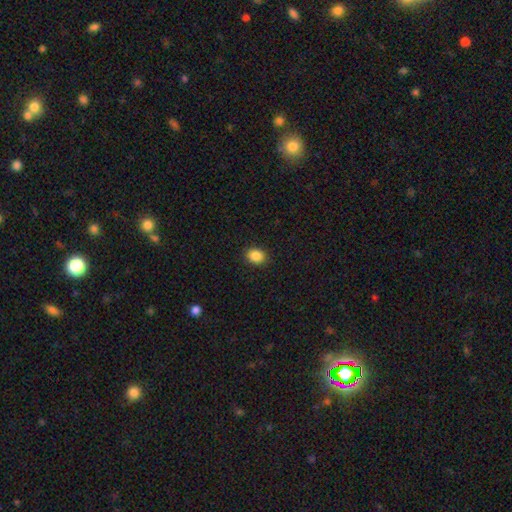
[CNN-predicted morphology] smooth 87%, star or artifact 9%, featured or disk 4%. Down the decision tree: how rounded — in between (52%); merging — none (90%).